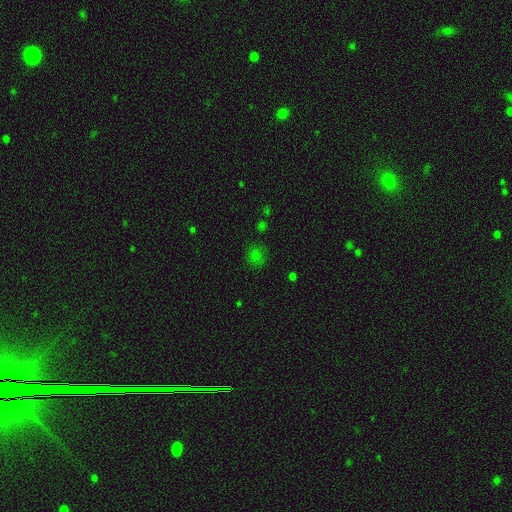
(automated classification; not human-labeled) Smooth or featured? smooth (70%)
How rounded? round (78%)
Merging? none (77%)